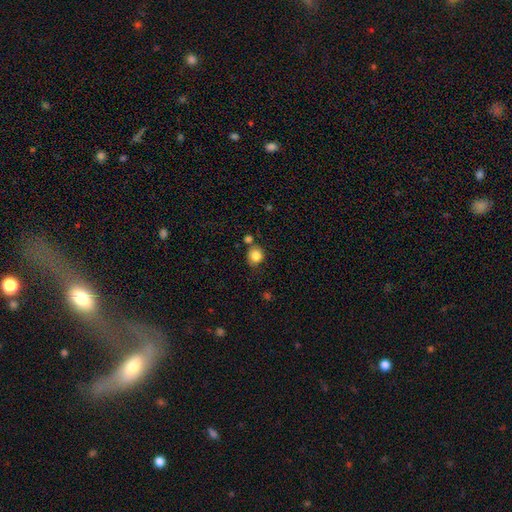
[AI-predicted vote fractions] Overall: smooth (84%). How rounded: round (81%). Merging: none (70%).